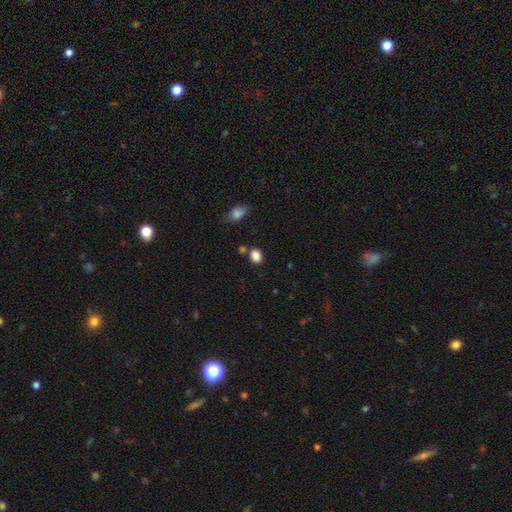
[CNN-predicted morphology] smooth 85%, star or artifact 10%, featured or disk 4%. Down the decision tree: how rounded — in between (61%); merging — none (76%).